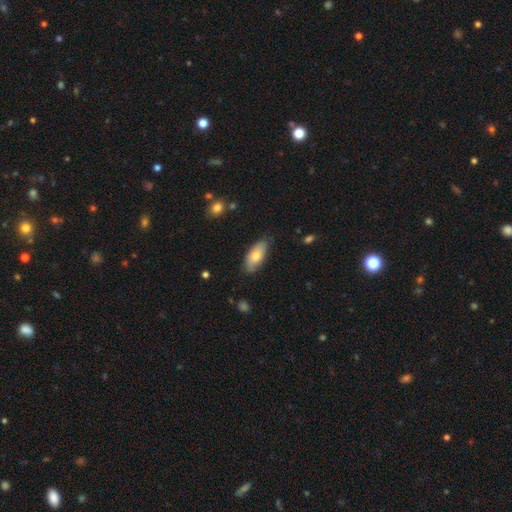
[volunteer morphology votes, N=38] Volunteers were most divided on "smooth or featured": smooth: 71%, featured or disk: 21%, star or artifact: 8%. More confident: how rounded — in between (96%); merging — none (77%).